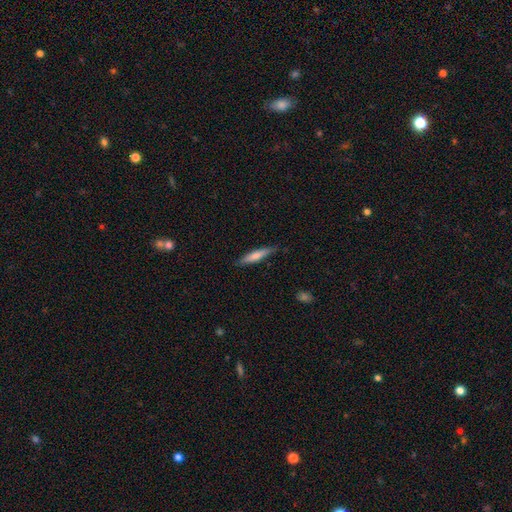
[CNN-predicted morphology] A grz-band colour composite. It shows a smooth galaxy with no disk features (67%) that is cigar-shaped (87%). Merging: none (83%).